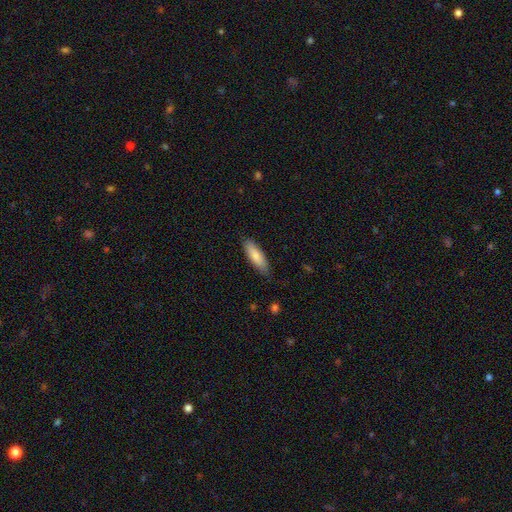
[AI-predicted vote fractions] This is clearly a smooth galaxy (82%). How rounded: possibly cigar-shaped (51%). Merging: clearly none (84%).